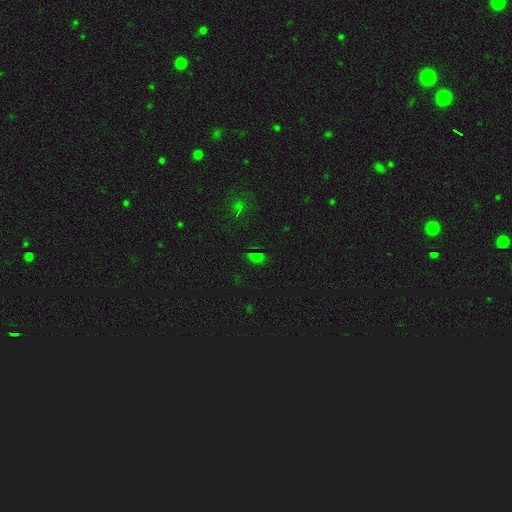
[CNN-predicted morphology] Overall: smooth (50%; star or artifact 43%). How rounded: in between (73%). Merging: none (77%).